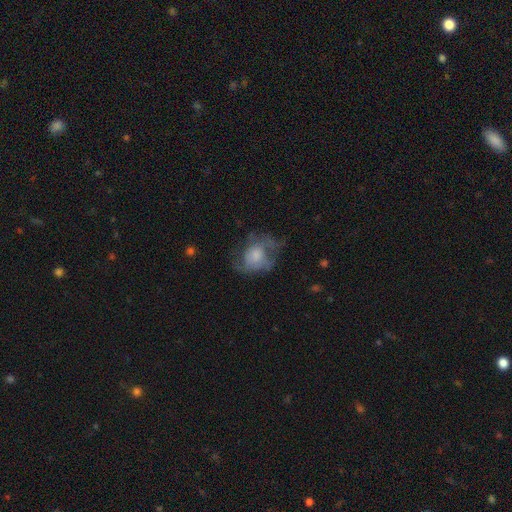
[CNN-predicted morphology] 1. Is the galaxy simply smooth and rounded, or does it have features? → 46% featured or disk, 45% smooth, 9% star or artifact.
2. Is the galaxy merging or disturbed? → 38% none, 35% major disturbance, 25% minor disturbance, 2% merger.